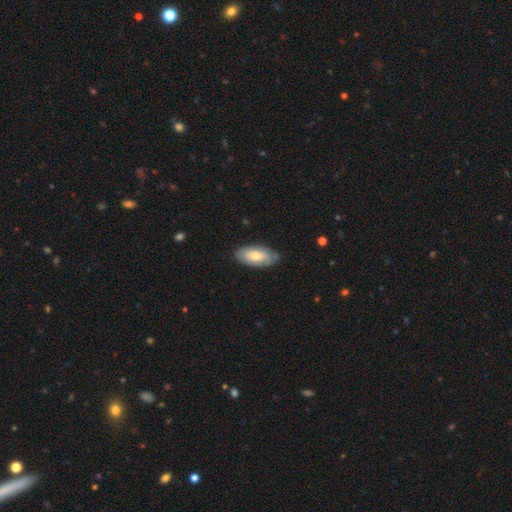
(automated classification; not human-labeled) Overall: smooth (68%). How rounded: in between (92%). Merging: none (77%).